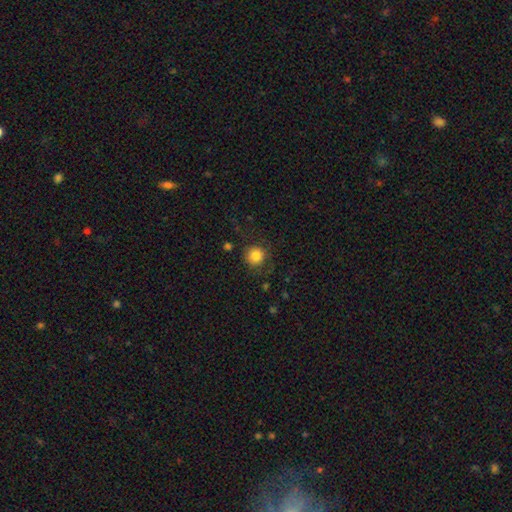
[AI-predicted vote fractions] Smooth or featured?
  - smooth: 84% *
  - star or artifact: 10%
  - featured or disk: 6%
How rounded?
  - round: 94% *
  - in between: 6%
  - cigar-shaped: 1%
Merging?
  - none: 82% *
  - minor disturbance: 11%
  - major disturbance: 5%
  - merger: 2%